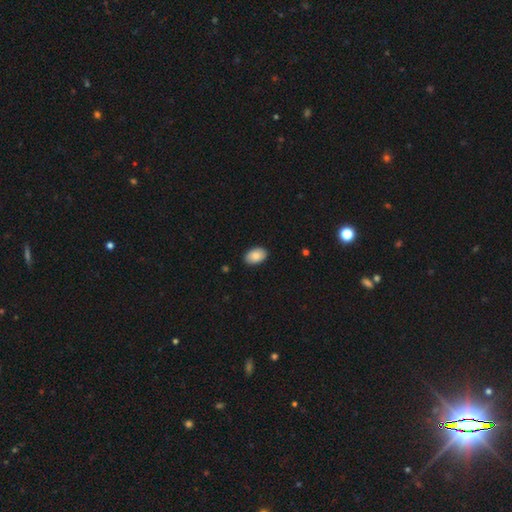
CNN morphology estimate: Q: Smooth or featured?
A: smooth (85%); runner-up: featured or disk (8%)
Q: How rounded?
A: in between (91%); runner-up: round (7%)
Q: Merging?
A: none (89%); runner-up: minor disturbance (9%)